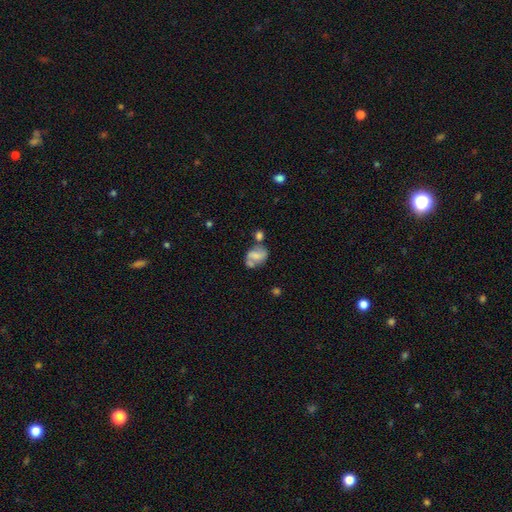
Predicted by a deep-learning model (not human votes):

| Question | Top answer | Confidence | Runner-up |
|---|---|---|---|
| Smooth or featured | featured or disk | 47% | smooth (43%) |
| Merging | none | 40% | merger (27%) |